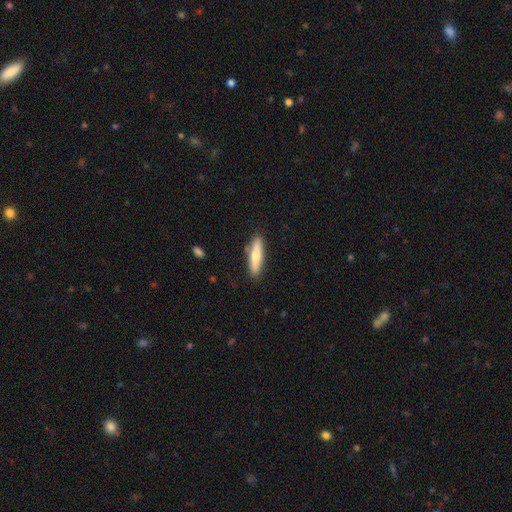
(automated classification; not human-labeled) A smooth galaxy with no disk features (64%) that is cigar-shaped (75%). Merging: none (85%).